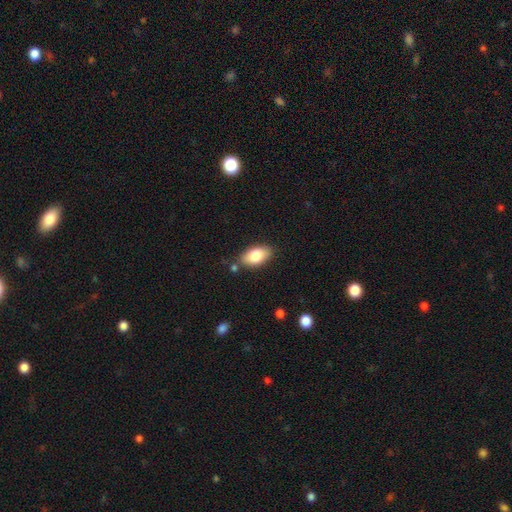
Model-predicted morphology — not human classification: Smooth or featured? Predicted: smooth (p=0.83). How rounded? Predicted: in between (p=0.92). Merging? Predicted: none (p=0.79).